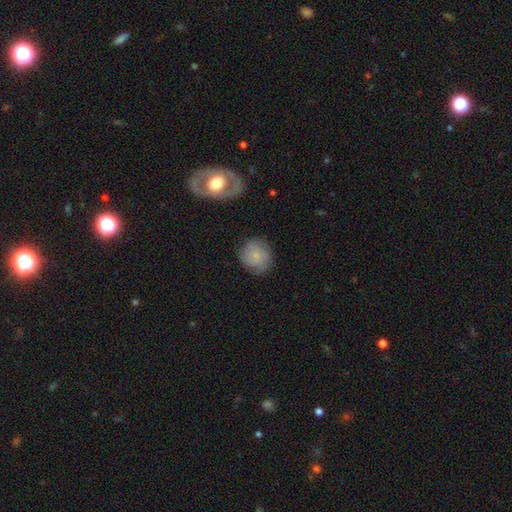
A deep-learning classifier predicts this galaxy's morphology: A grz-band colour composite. It shows a smooth galaxy with no disk features (55%) that is round (84%). Merging: none (76%).